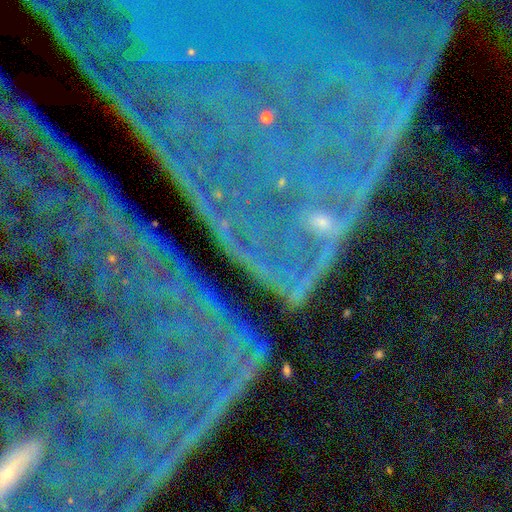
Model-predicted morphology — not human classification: A star or artifact, not a galaxy (69%).

Vote fractions:
- Smooth or featured? star or artifact: 69% / featured or disk: 19% / smooth: 11%